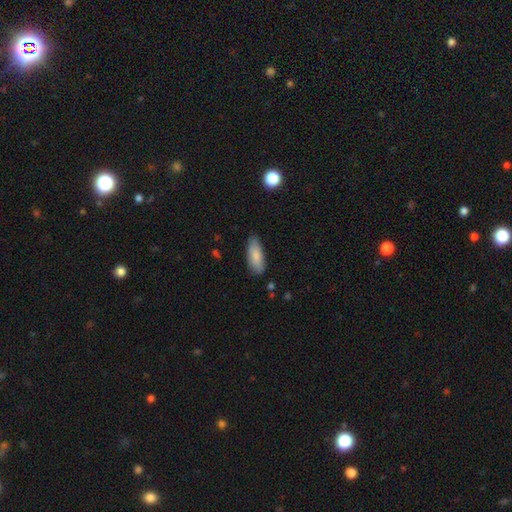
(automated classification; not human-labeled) Q: Smooth or featured?
A: smooth (85%); runner-up: featured or disk (10%)
Q: How rounded?
A: in between (75%); runner-up: cigar-shaped (23%)
Q: Merging?
A: none (81%); runner-up: minor disturbance (15%)